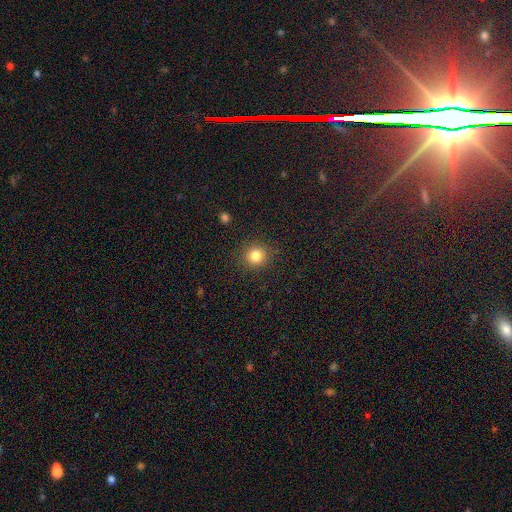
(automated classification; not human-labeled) Morphology: type=smooth (82%); roundness=round (91%); merging=none (90%).